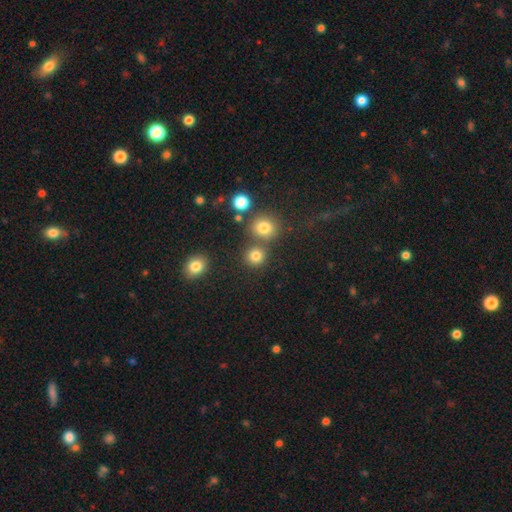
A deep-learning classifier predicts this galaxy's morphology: A smooth galaxy with no disk features (80%) that is round (89%). Merging: none (75%).